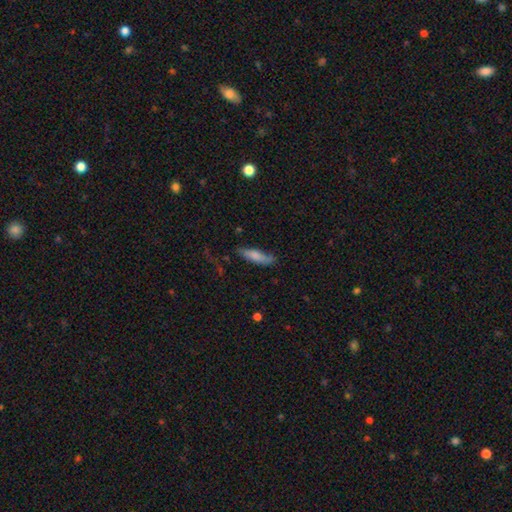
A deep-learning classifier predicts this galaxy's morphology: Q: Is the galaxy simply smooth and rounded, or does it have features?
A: smooth — 71%.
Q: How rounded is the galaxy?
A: cigar-shaped — 62%.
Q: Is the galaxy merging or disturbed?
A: none — 65%.